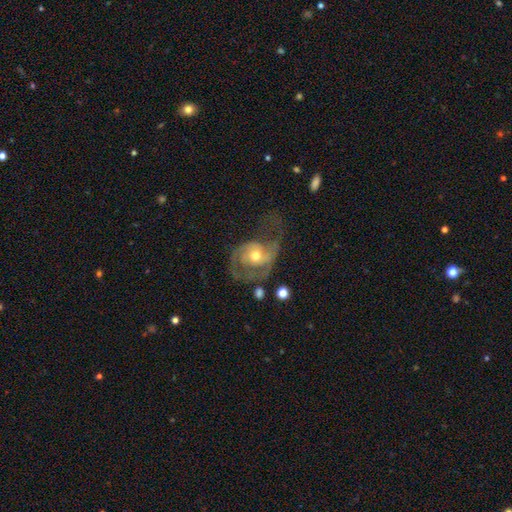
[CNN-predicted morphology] This appears to be a featured or disk galaxy (72%) with no bar (72%), 2 (58%) medium (43%) spiral arms (80%) and a moderate central bulge (65%). Merging: major disturbance (46%).